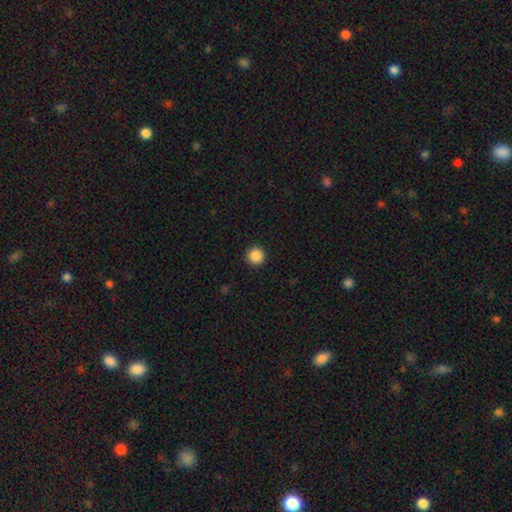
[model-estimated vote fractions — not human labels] smooth 88%, star or artifact 10%, featured or disk 3%. Down the decision tree: how rounded — round (96%); merging — none (93%).